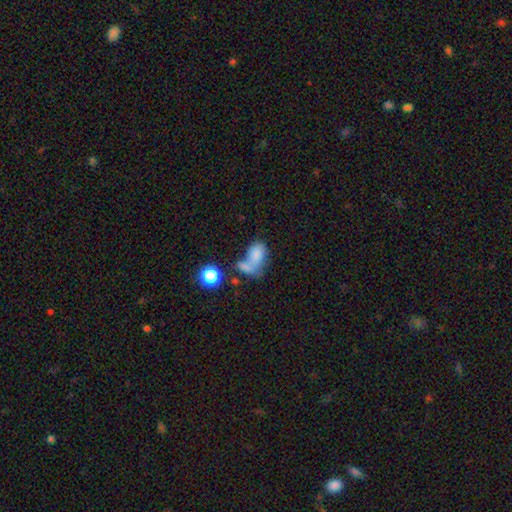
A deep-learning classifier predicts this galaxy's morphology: Smooth or featured? smooth (73%)
How rounded? in between (84%)
Merging? merger (54%)